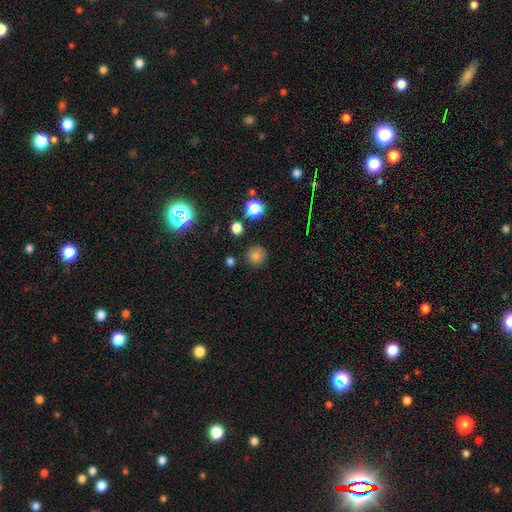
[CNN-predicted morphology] A smooth galaxy with no disk features (77%) that is round (93%). Merging: none (84%).